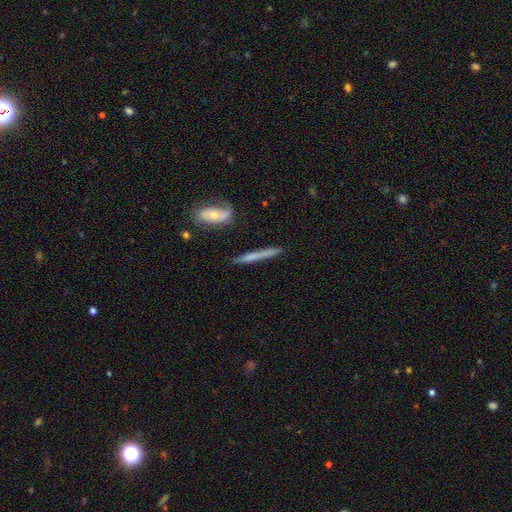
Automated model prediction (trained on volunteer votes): The model was most divided on "smooth or featured": smooth: 52%, featured or disk: 41%, star or artifact: 7%. More confident: how rounded — cigar-shaped (95%); merging — none (84%).